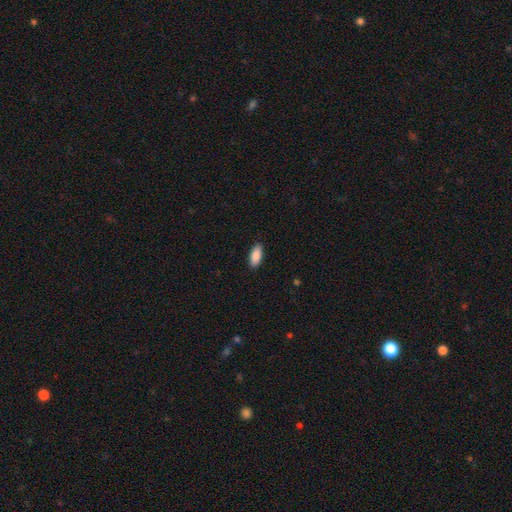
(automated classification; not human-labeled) A smooth galaxy with no disk features (89%) that is in between round and cigar-shaped (85%).

Vote fractions:
- Smooth or featured? smooth: 89% / star or artifact: 6% / featured or disk: 5%
- How rounded? in between: 85% / cigar-shaped: 14% / round: 2%
- Merging? none: 89% / minor disturbance: 8% / major disturbance: 2% / merger: 1%